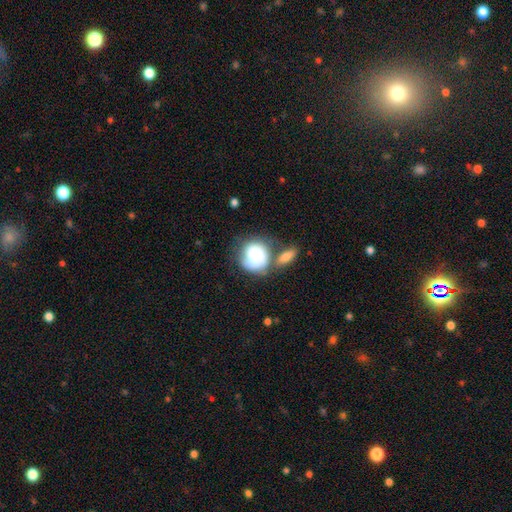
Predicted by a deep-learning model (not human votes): A smooth galaxy with no disk features (68%) that is round (80%). Merging: none (38%).